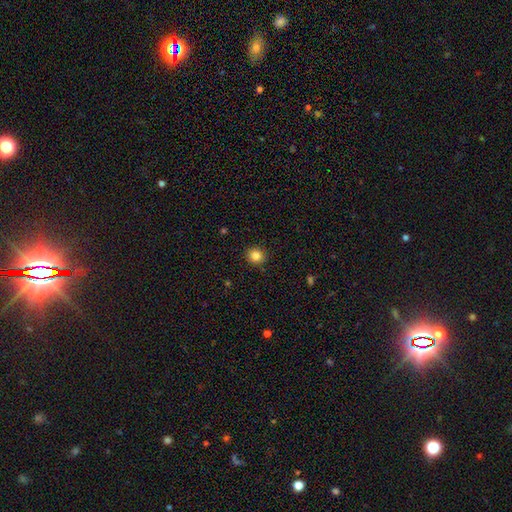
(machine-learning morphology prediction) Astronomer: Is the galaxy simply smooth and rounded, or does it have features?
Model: smooth — 84%.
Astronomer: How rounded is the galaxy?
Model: round — 90%.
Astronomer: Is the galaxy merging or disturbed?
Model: none — 91%.